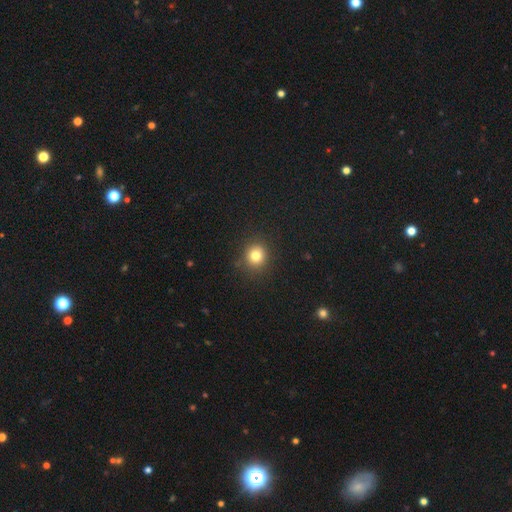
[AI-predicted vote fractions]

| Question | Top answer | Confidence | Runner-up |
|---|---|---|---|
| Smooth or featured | smooth | 80% | star or artifact (13%) |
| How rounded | round | 87% | in between (12%) |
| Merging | none | 89% | minor disturbance (7%) |